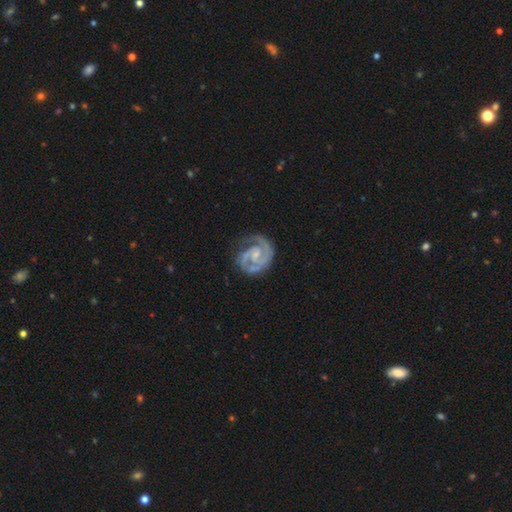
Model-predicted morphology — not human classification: smooth_or_featured: featured or disk (p=0.92) [alt: smooth p=0.04]
disk_edge_on: no (p=0.98) [alt: yes p=0.02]
bar: no (p=0.47) [alt: weak p=0.42]
has_spiral_arms: yes (p=0.98) [alt: no p=0.02]
spiral_winding: tight (p=0.61) [alt: medium p=0.35]
spiral_arm_count: 2 (p=0.84) [alt: 3 p=0.07]
bulge_size: small (p=0.58) [alt: moderate p=0.27]
merging: none (p=0.72) [alt: minor disturbance p=0.18]